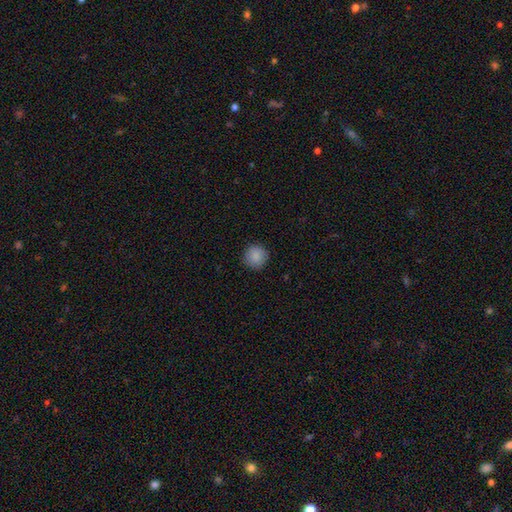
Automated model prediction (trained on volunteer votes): Smooth or featured?
  - smooth: 88% *
  - star or artifact: 8%
  - featured or disk: 4%
How rounded?
  - round: 94% *
  - in between: 5%
  - cigar-shaped: 1%
Merging?
  - none: 90% *
  - minor disturbance: 7%
  - major disturbance: 2%
  - merger: 1%